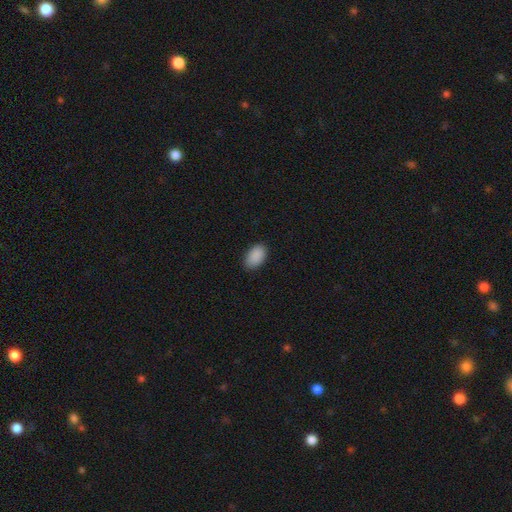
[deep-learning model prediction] Smooth or featured?
  - smooth: 90% *
  - star or artifact: 7%
  - featured or disk: 3%
How rounded?
  - in between: 91% *
  - round: 7%
  - cigar-shaped: 1%
Merging?
  - none: 87% *
  - minor disturbance: 10%
  - major disturbance: 2%
  - merger: 1%